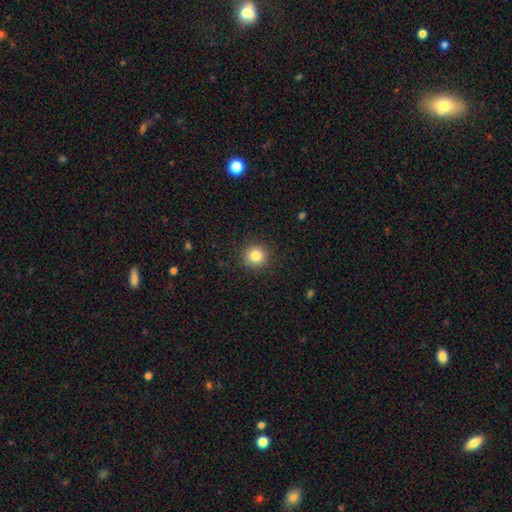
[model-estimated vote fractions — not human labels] Overall: smooth (83%). How rounded: round (94%). Merging: none (91%).